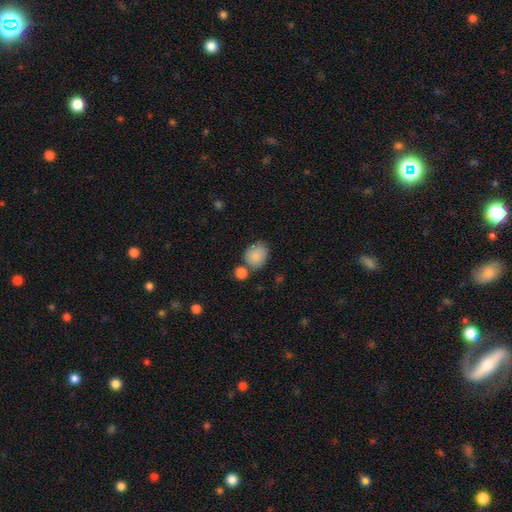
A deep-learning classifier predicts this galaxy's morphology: Q: Smooth or featured?
A: smooth (85%); runner-up: star or artifact (8%)
Q: How rounded?
A: round (58%); runner-up: in between (41%)
Q: Merging?
A: none (61%); runner-up: merger (18%)